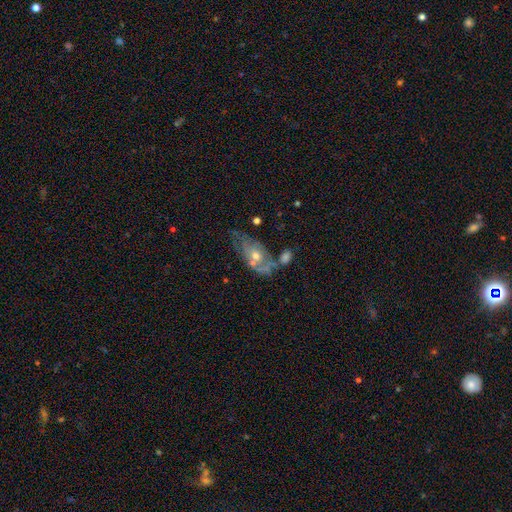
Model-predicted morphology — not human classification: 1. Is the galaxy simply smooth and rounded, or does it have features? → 69% featured or disk, 21% smooth, 10% star or artifact.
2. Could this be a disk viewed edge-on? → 90% no, 10% yes.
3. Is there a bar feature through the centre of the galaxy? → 79% no, 17% weak, 4% strong.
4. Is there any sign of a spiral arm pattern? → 59% yes, 41% no.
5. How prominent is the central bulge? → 59% moderate, 34% small, 3% large, 2% none, 1% dominant.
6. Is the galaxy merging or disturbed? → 37% none, 26% merger, 19% minor disturbance, 17% major disturbance.